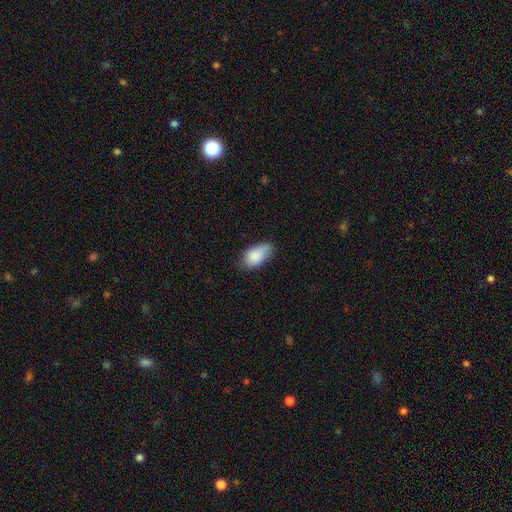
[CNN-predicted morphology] smooth-or-featured: smooth: 86% | featured or disk: 7% | star or artifact: 7%
  how-rounded: in between: 93% | round: 4% | cigar-shaped: 3%
  merging: none: 61% | minor disturbance: 32% | major disturbance: 6% | merger: 2%